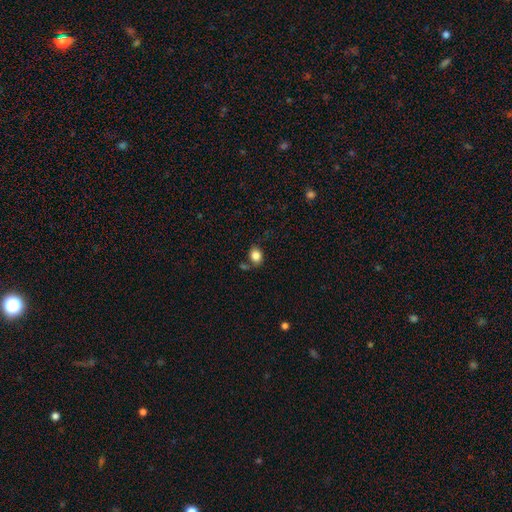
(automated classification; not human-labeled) Q: Smooth or featured?
A: smooth (84%); runner-up: star or artifact (10%)
Q: How rounded?
A: in between (53%); runner-up: round (46%)
Q: Merging?
A: none (66%); runner-up: minor disturbance (17%)